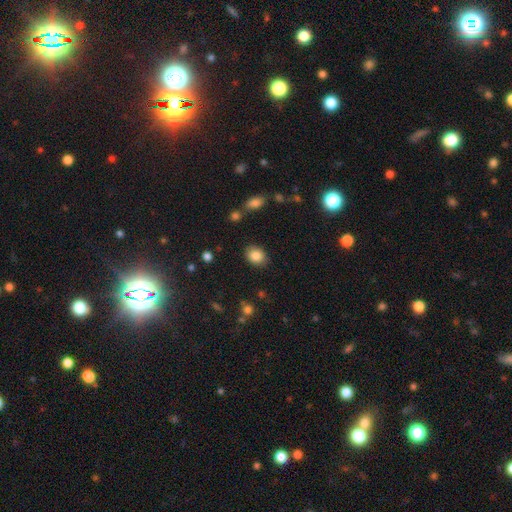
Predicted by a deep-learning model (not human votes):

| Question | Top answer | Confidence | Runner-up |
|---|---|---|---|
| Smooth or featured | smooth | 86% | star or artifact (9%) |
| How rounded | in between | 55% | round (44%) |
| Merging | none | 85% | minor disturbance (10%) |